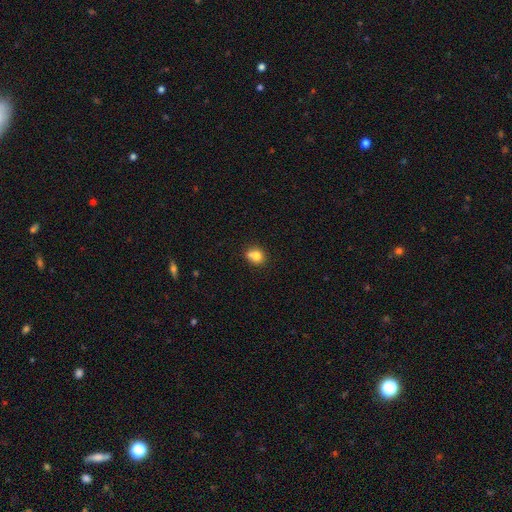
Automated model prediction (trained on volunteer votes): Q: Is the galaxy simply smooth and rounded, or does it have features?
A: smooth — 76%.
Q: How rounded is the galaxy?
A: round — 72%.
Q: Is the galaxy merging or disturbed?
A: none — 45%.